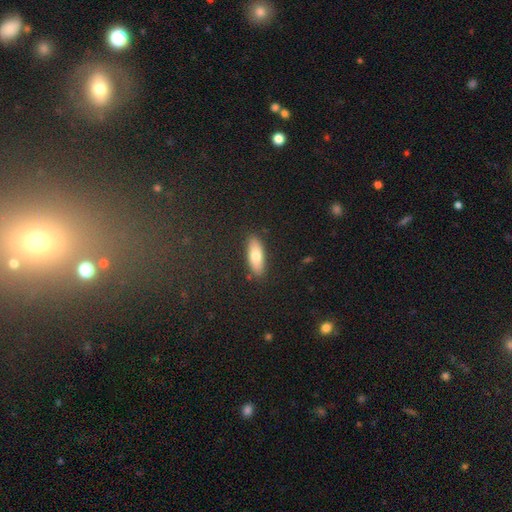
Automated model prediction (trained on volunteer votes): Smooth or featured? smooth (74%)
How rounded? in between (66%)
Merging? none (88%)